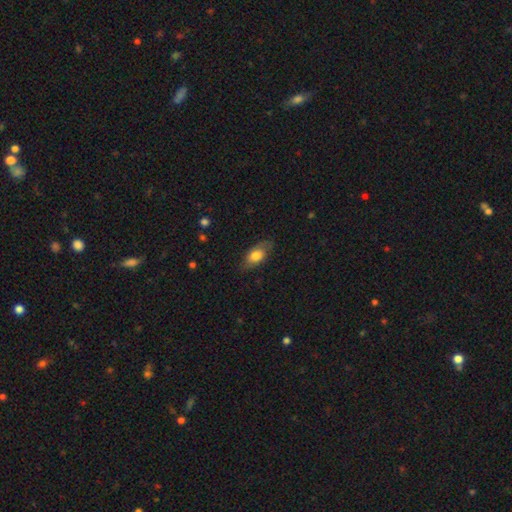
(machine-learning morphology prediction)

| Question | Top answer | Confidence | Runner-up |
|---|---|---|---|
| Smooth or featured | smooth | 73% | featured or disk (20%) |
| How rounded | in between | 86% | cigar-shaped (9%) |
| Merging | none | 76% | minor disturbance (18%) |